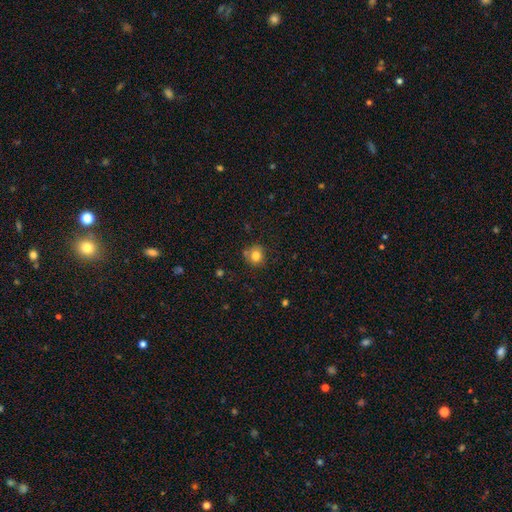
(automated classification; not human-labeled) smooth_or_featured: smooth (p=0.80) [alt: star or artifact p=0.12]
how_rounded: round (p=0.83) [alt: in between p=0.16]
merging: none (p=0.72) [alt: minor disturbance p=0.14]